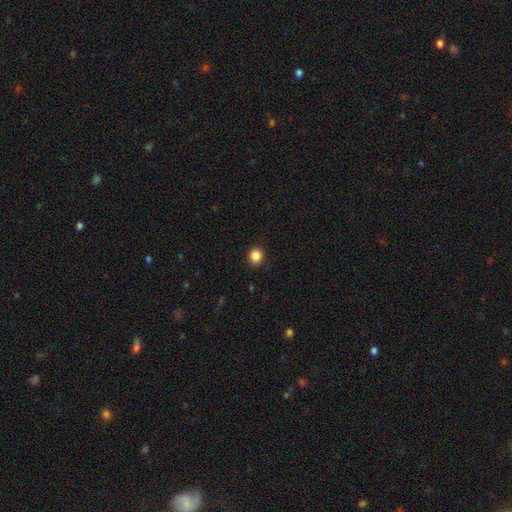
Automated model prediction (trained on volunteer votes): smooth 86%, star or artifact 10%, featured or disk 3%. Down the decision tree: how rounded — round (80%); merging — none (90%).